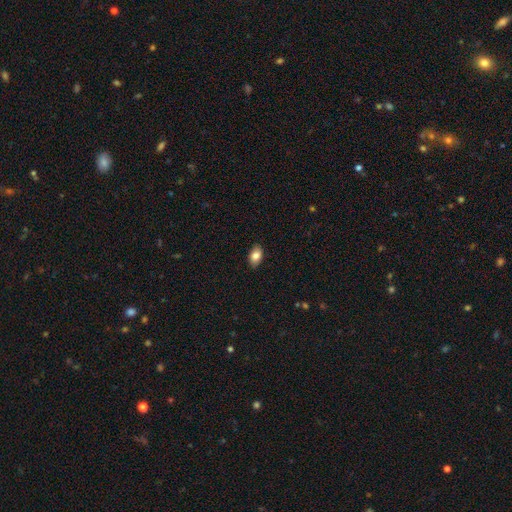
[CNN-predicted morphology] A smooth galaxy with no disk features (84%) that is in between round and cigar-shaped (90%). Merging: none (87%).